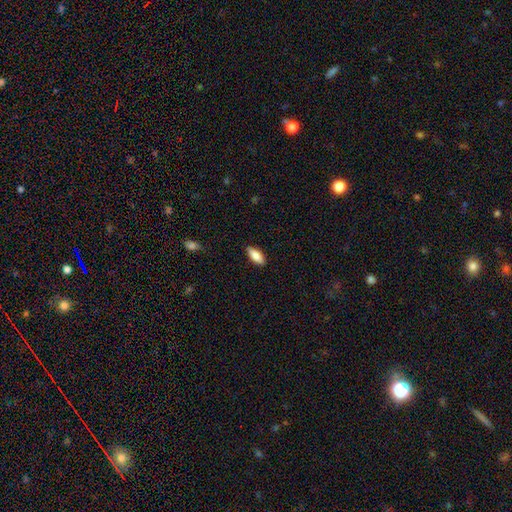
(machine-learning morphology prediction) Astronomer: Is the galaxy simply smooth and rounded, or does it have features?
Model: smooth — 81%.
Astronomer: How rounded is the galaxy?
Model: in between — 76%.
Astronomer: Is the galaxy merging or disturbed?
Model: none — 87%.